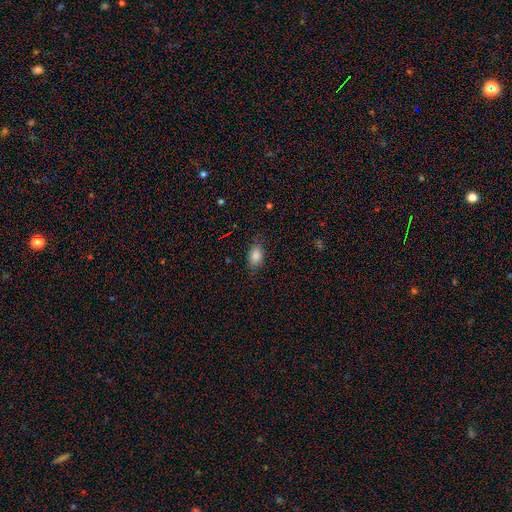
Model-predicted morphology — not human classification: A smooth galaxy with no disk features (85%) that is in between round and cigar-shaped (88%). Merging: none (78%).